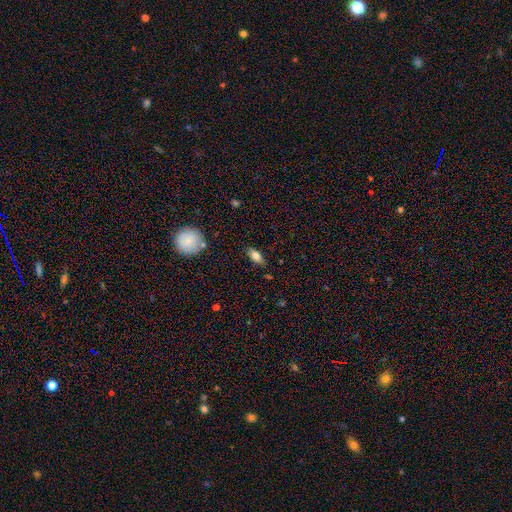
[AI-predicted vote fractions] Q: Smooth or featured?
A: smooth (74%); runner-up: featured or disk (18%)
Q: How rounded?
A: in between (81%); runner-up: cigar-shaped (14%)
Q: Merging?
A: none (82%); runner-up: minor disturbance (13%)